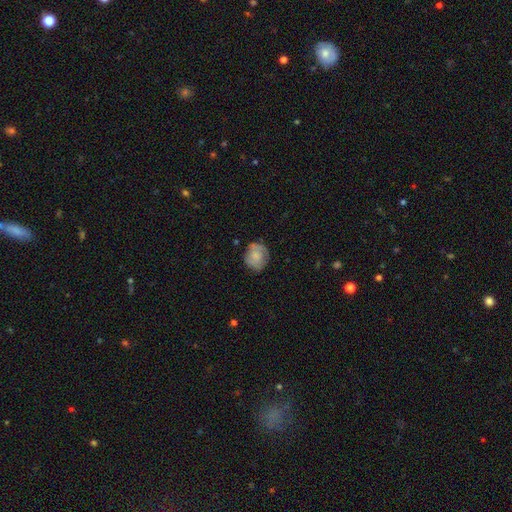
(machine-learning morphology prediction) smooth 61%, featured or disk 32%, star or artifact 8%. Down the decision tree: how rounded — round (75%); merging — none (72%).